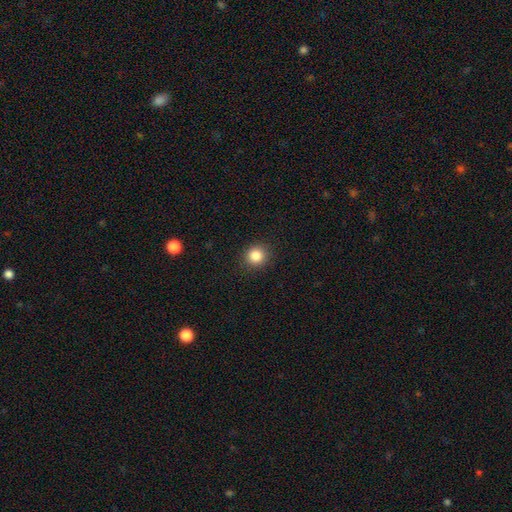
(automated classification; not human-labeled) The model was most divided on "smooth or featured": smooth: 85%, star or artifact: 11%, featured or disk: 4%. More confident: merging — none (91%); how rounded — round (91%).